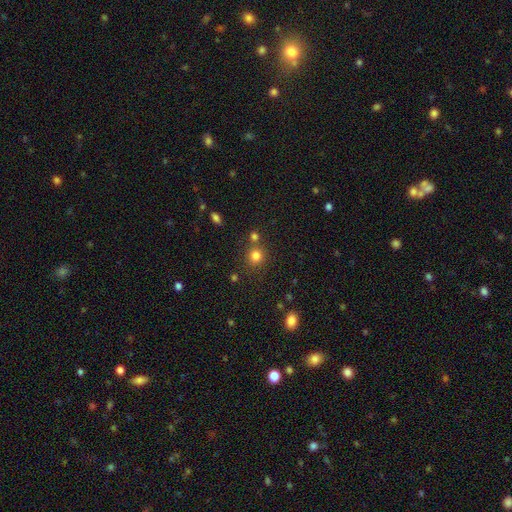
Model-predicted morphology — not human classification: This is likely a smooth galaxy (80%). How rounded: clearly round (88%). Merging: likely none (71%).